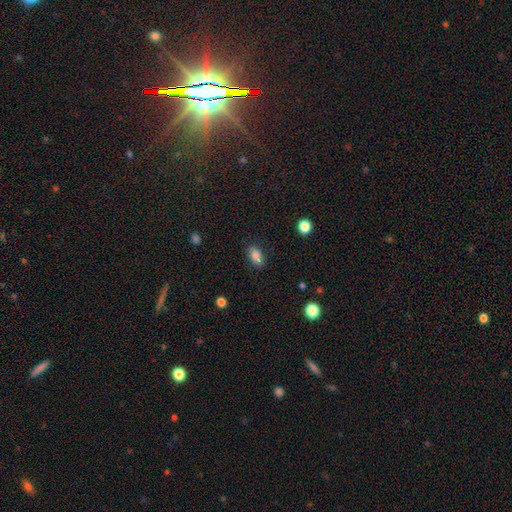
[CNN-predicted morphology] This is clearly a smooth galaxy (84%). How rounded: clearly in between (89%). Merging: clearly none (81%).